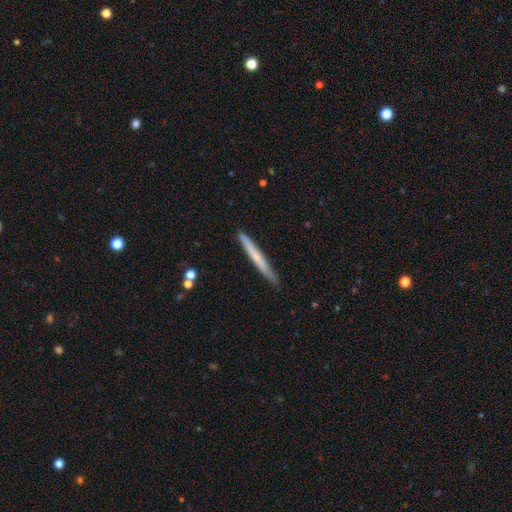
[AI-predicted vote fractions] Q: Smooth or featured?
A: smooth (54%); runner-up: featured or disk (40%)
Q: How rounded?
A: cigar-shaped (97%); runner-up: in between (2%)
Q: Merging?
A: none (88%); runner-up: minor disturbance (9%)